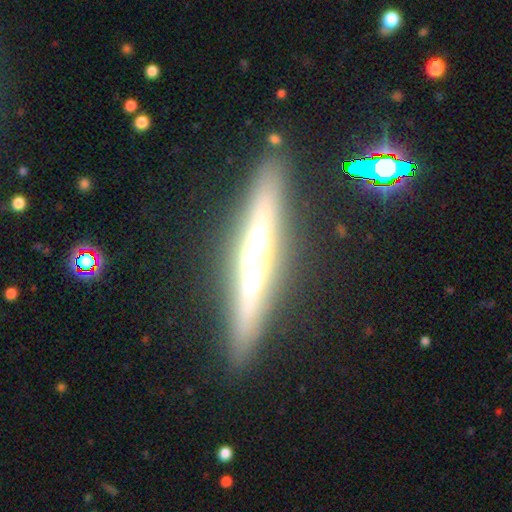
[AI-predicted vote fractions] Smooth or featured: featured or disk — 70% (smooth — 21%)
Edge-on disk: yes — 95% (no — 5%)
Edge-on bulge: rounded — 79% (none — 12%)
Merging: none — 87% (minor disturbance — 8%)